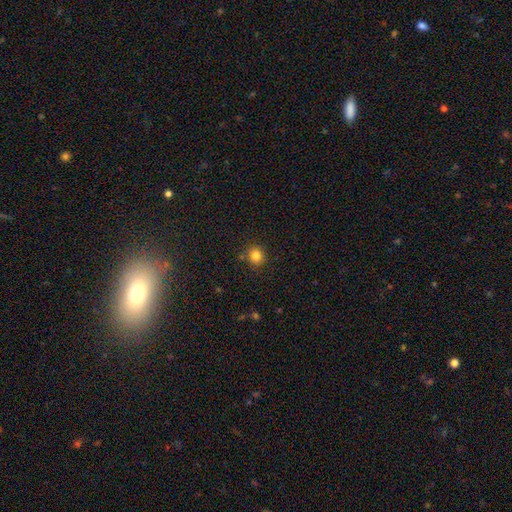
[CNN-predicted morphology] Smooth or featured?
  - smooth: 82% *
  - star or artifact: 13%
  - featured or disk: 5%
How rounded?
  - round: 83% *
  - in between: 16%
  - cigar-shaped: 1%
Merging?
  - none: 83% *
  - minor disturbance: 10%
  - merger: 4%
  - major disturbance: 3%